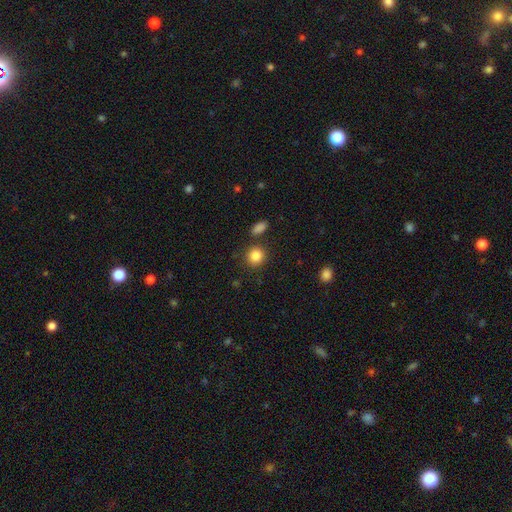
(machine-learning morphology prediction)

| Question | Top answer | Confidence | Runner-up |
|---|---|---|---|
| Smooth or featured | smooth | 85% | star or artifact (10%) |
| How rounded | round | 82% | in between (17%) |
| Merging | none | 82% | minor disturbance (9%) |